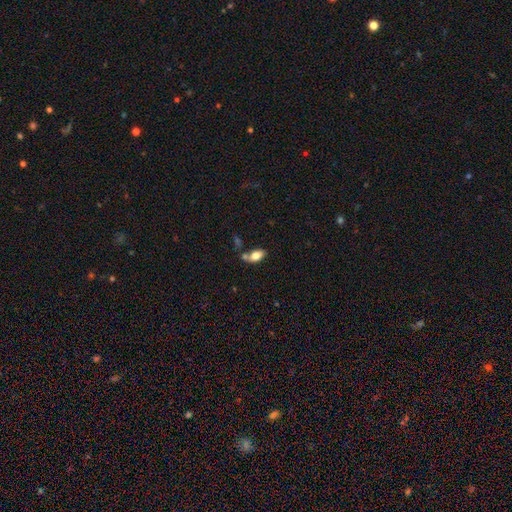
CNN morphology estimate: A smooth galaxy with no disk features (77%) that is in between round and cigar-shaped (90%).

Vote fractions:
- Smooth or featured? smooth: 77% / featured or disk: 15% / star or artifact: 7%
- How rounded? in between: 90% / cigar-shaped: 6% / round: 4%
- Merging? none: 58% / merger: 21% / minor disturbance: 16% / major disturbance: 5%